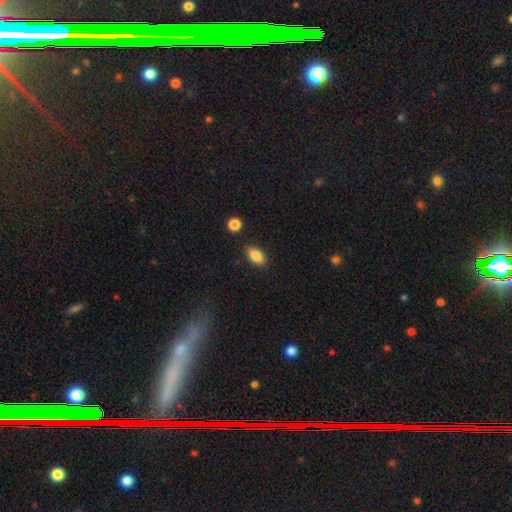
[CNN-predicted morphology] This appears to be a smooth galaxy with no disk features (86%) that is in between round and cigar-shaped (90%). Merging: none (86%).